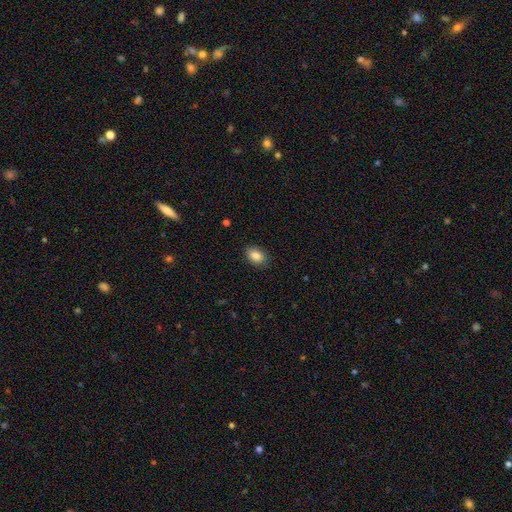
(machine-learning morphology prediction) smooth-or-featured: smooth: 86% | star or artifact: 8% | featured or disk: 6%
  how-rounded: in between: 81% | round: 18% | cigar-shaped: 1%
  merging: none: 87% | minor disturbance: 10% | major disturbance: 2% | merger: 1%